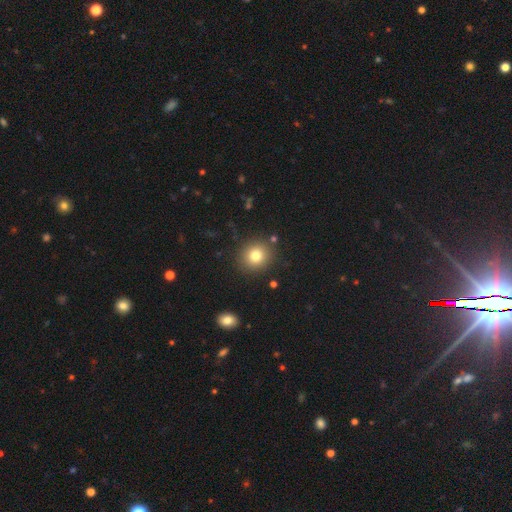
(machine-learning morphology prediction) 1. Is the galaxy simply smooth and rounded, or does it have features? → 79% smooth, 12% star or artifact, 9% featured or disk.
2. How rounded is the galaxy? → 88% round, 12% in between, 1% cigar-shaped.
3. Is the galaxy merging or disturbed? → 88% none, 7% minor disturbance, 3% merger, 3% major disturbance.